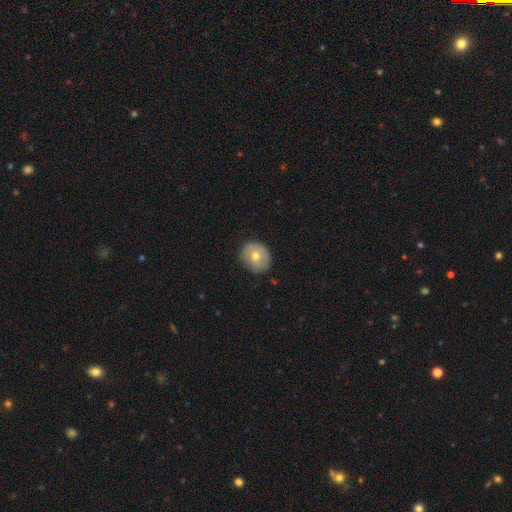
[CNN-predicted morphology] Smooth or featured? Predicted: smooth (p=0.62). How rounded? Predicted: round (p=0.75). Merging? Predicted: none (p=0.79).